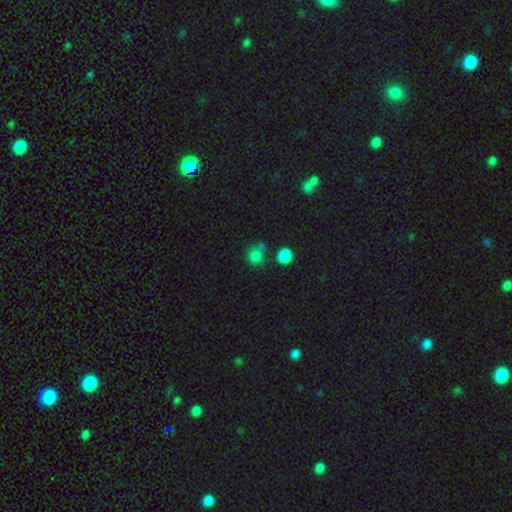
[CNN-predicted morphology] A smooth galaxy with no disk features (78%) that is round (84%).

Vote fractions:
- Smooth or featured? smooth: 78% / star or artifact: 16% / featured or disk: 6%
- How rounded? round: 84% / in between: 15% / cigar-shaped: 1%
- Merging? none: 60% / merger: 22% / minor disturbance: 13% / major disturbance: 5%